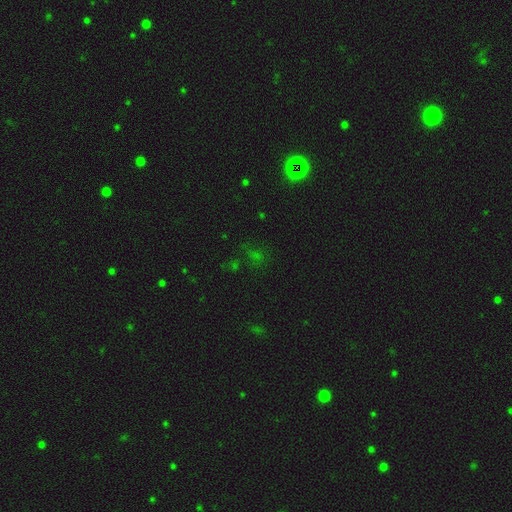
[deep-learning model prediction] Smooth or featured? star or artifact (61%)